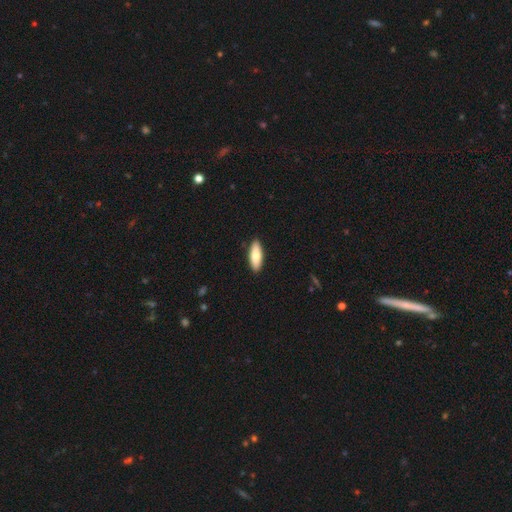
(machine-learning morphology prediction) Q: Smooth or featured?
A: smooth (79%); runner-up: featured or disk (16%)
Q: How rounded?
A: in between (67%); runner-up: cigar-shaped (31%)
Q: Merging?
A: none (90%); runner-up: minor disturbance (8%)